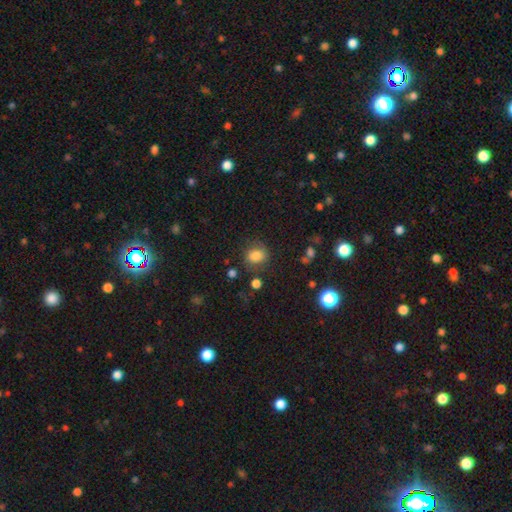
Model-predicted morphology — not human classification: smooth-or-featured: smooth: 81% | star or artifact: 11% | featured or disk: 8%
  how-rounded: round: 58% | in between: 41% | cigar-shaped: 1%
  merging: none: 71% | minor disturbance: 18% | major disturbance: 7% | merger: 4%